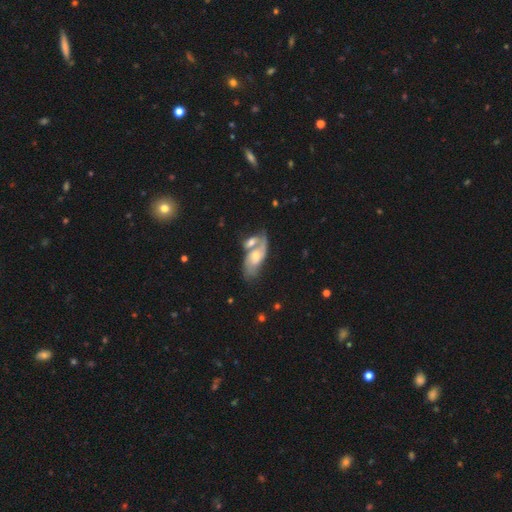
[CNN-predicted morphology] smooth-or-featured: featured or disk: 64% | smooth: 30% | star or artifact: 6%
  disk-edge-on: no: 91% | yes: 9%
    bar: no: 63% | weak: 30% | strong: 7%
    has-spiral-arms: yes: 83% | no: 17%
    bulge-size: moderate: 51% | small: 39% | large: 5% | none: 3% | dominant: 1%
  merging: merger: 54% | none: 27% | minor disturbance: 12% | major disturbance: 7%